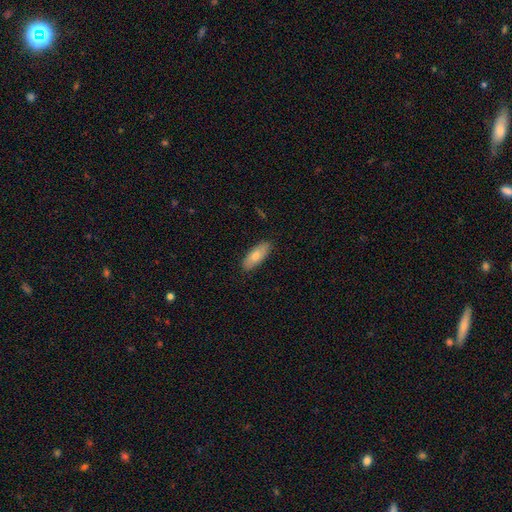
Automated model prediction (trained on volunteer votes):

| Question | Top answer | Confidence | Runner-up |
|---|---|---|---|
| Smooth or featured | smooth | 72% | featured or disk (22%) |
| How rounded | in between | 71% | cigar-shaped (27%) |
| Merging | none | 89% | minor disturbance (9%) |